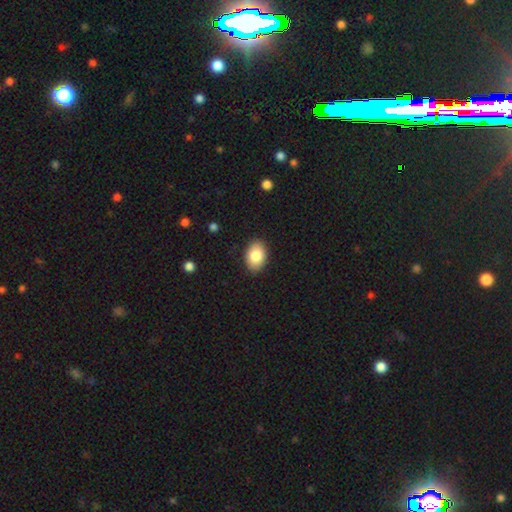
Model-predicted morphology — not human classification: smooth 84%, featured or disk 9%, star or artifact 7%. Down the decision tree: how rounded — in between (85%); merging — none (89%).